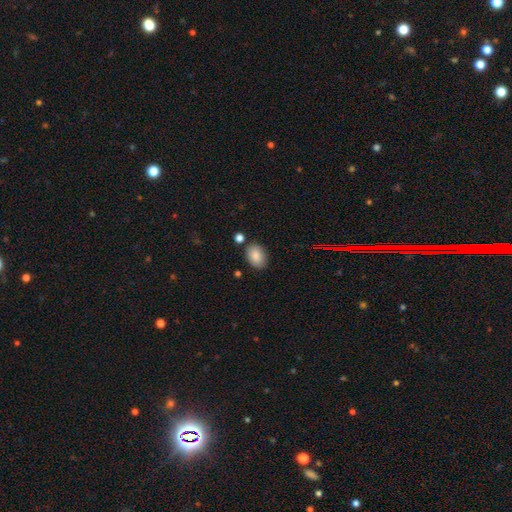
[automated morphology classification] Overall: smooth (86%). How rounded: in between (83%). Merging: none (80%).